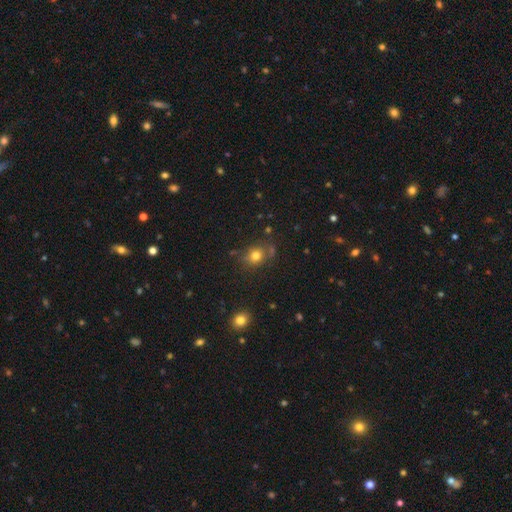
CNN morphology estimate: Smooth or featured? smooth (77%)
How rounded? round (65%)
Merging? none (72%)